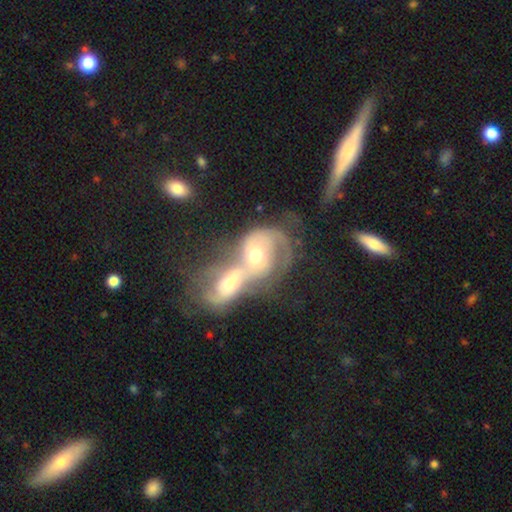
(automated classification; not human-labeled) Smooth or featured: featured or disk — 68% (smooth — 25%)
Edge-on disk: no — 94% (yes — 6%)
Bar: no — 63% (weak — 29%)
Spiral arms: yes — 82% (no — 18%)
Spiral winding: medium — 38% (tied with tight — 38%)
Spiral arm count: 2 — 50% (can't tell — 26%)
Bulge size: moderate — 68% (small — 17%)
Merging: merger — 81% (none — 8%)